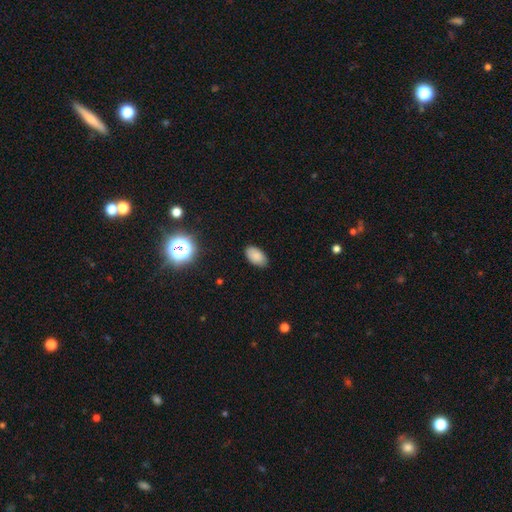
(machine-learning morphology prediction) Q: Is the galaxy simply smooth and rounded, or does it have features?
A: smooth — 84%.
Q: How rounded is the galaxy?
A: in between — 93%.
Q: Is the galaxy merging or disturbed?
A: none — 85%.